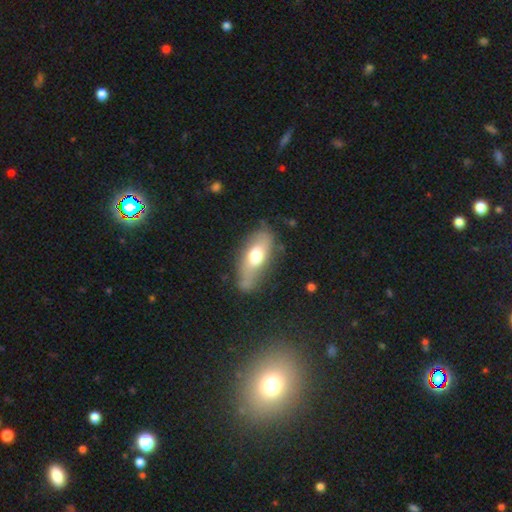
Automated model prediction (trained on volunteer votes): This appears to be a smooth galaxy with no disk features (56%) that is in between round and cigar-shaped (80%). Merging: none (63%).